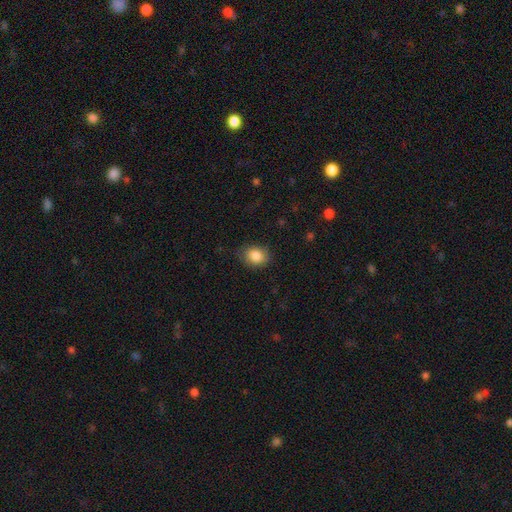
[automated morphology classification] Smooth or featured: smooth — 86% (star or artifact — 8%)
How rounded: in between — 57% (round — 42%)
Merging: none — 80% (minor disturbance — 15%)